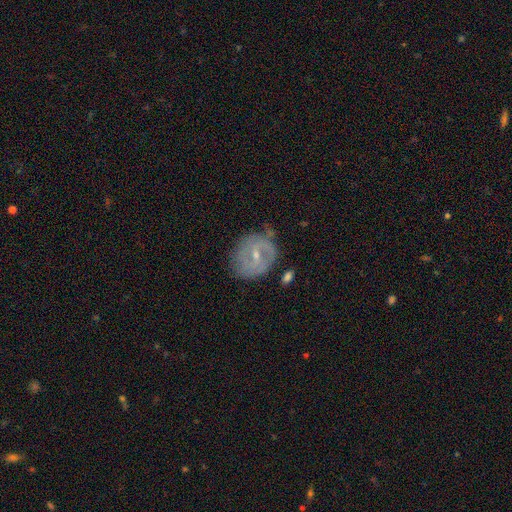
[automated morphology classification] This appears to be a featured or disk galaxy (71%) with a weak bar (53%), 2 (57%) tight (46%) spiral arms (77%) and a small central bulge (63%). Merging: none (67%).